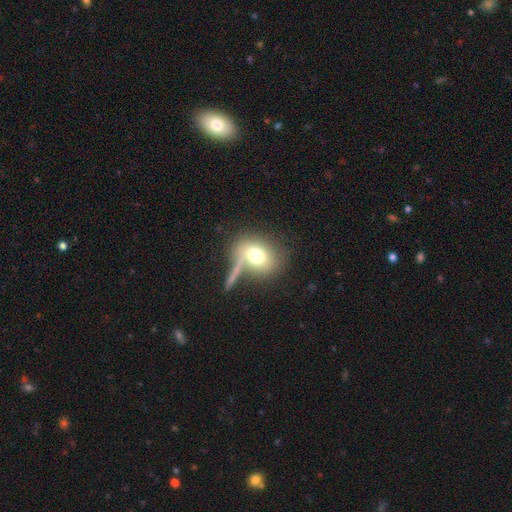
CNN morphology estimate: This appears to be a smooth galaxy with no disk features (71%) that is round (52%). Merging: none (52%).